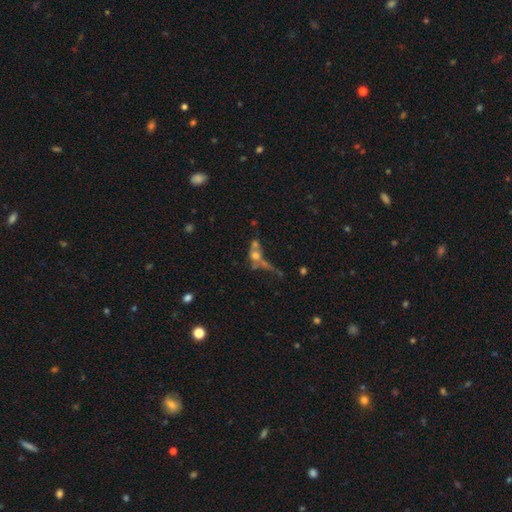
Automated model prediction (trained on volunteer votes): This appears to be a smooth galaxy with no disk features (47%). Merging: merger (46%).